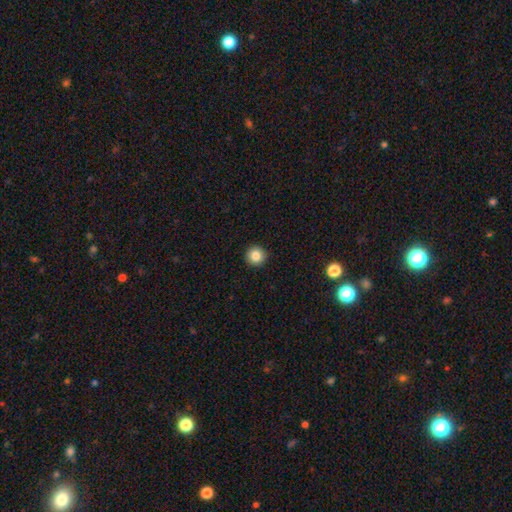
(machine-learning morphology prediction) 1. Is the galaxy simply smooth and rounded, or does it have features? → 85% smooth, 10% star or artifact, 5% featured or disk.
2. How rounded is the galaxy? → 96% round, 3% in between, 1% cigar-shaped.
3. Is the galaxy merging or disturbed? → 93% none, 4% minor disturbance, 1% major disturbance, 1% merger.